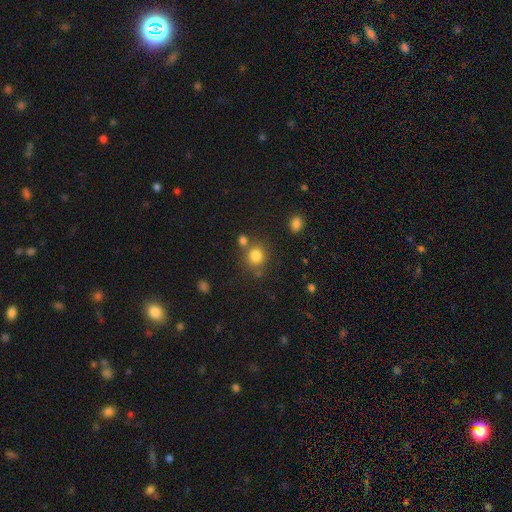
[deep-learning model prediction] The model was most divided on "merging": none: 67%, merger: 18%, minor disturbance: 11%, major disturbance: 4%. More confident: how rounded — round (85%); smooth or featured — smooth (81%).